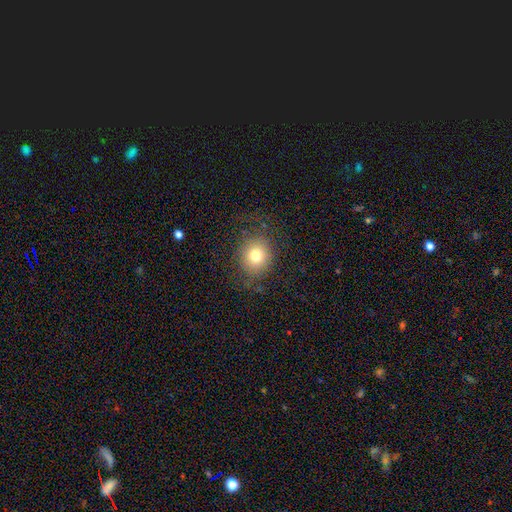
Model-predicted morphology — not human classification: Smooth or featured: smooth — 75% (star or artifact — 13%)
How rounded: round — 82% (in between — 17%)
Merging: none — 80% (minor disturbance — 12%)